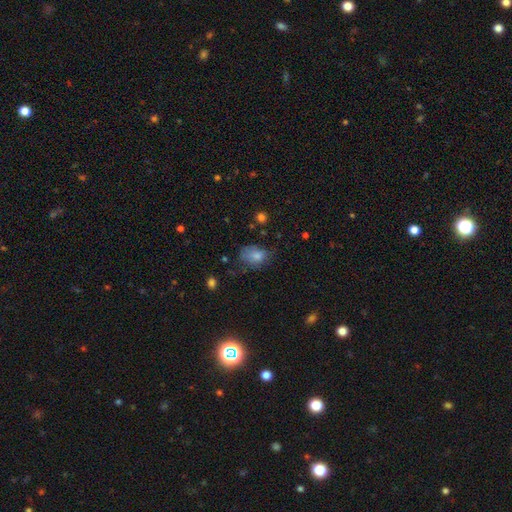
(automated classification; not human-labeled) Q: Smooth or featured?
A: smooth (76%); runner-up: featured or disk (14%)
Q: How rounded?
A: in between (74%); runner-up: round (24%)
Q: Merging?
A: none (45%); runner-up: minor disturbance (33%)